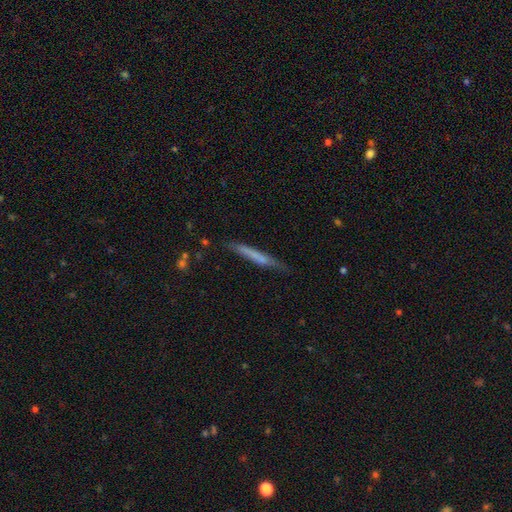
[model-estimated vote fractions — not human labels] Smooth or featured? Predicted: smooth (p=0.55). How rounded? Predicted: cigar-shaped (p=0.95). Merging? Predicted: none (p=0.75).